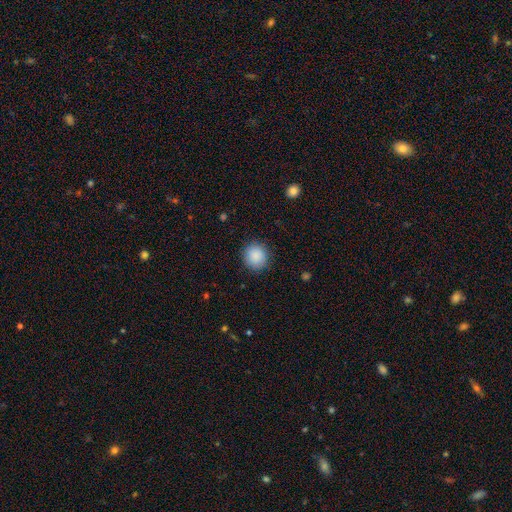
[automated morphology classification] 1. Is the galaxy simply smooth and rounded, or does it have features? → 89% smooth, 8% star or artifact, 3% featured or disk.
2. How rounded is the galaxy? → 89% round, 10% in between, 1% cigar-shaped.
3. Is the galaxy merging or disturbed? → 89% none, 7% minor disturbance, 2% major disturbance, 1% merger.